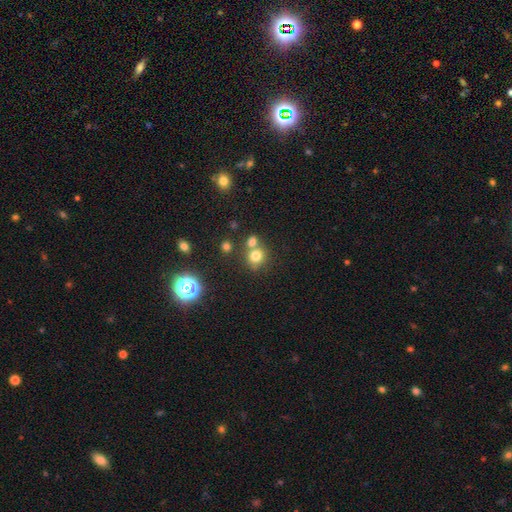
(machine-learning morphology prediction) A smooth galaxy with no disk features (75%) that is round (82%).

Vote fractions:
- Smooth or featured? smooth: 75% / star or artifact: 16% / featured or disk: 9%
- How rounded? round: 82% / in between: 17% / cigar-shaped: 1%
- Merging? none: 55% / merger: 33% / minor disturbance: 9% / major disturbance: 4%